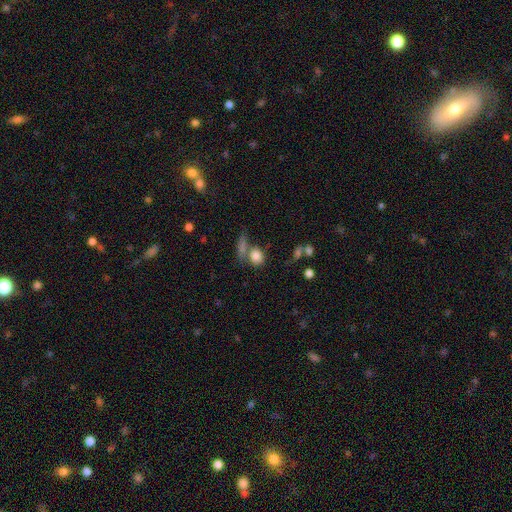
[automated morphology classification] type=smooth (82%); roundness=round (66%); merging=none (51%).